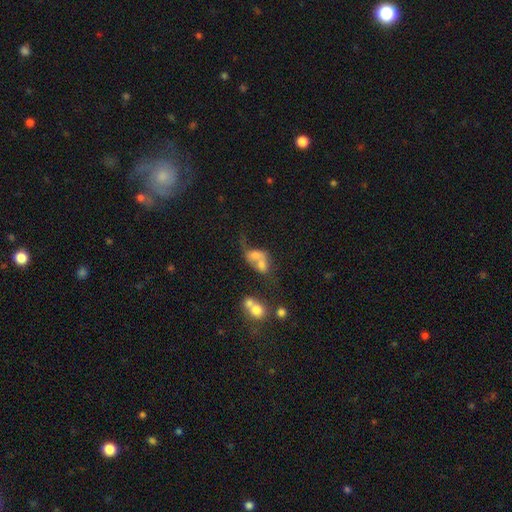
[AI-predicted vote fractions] smooth 55%, featured or disk 30%, star or artifact 14%. Down the decision tree: how rounded — in between (62%); merging — merger (66%).